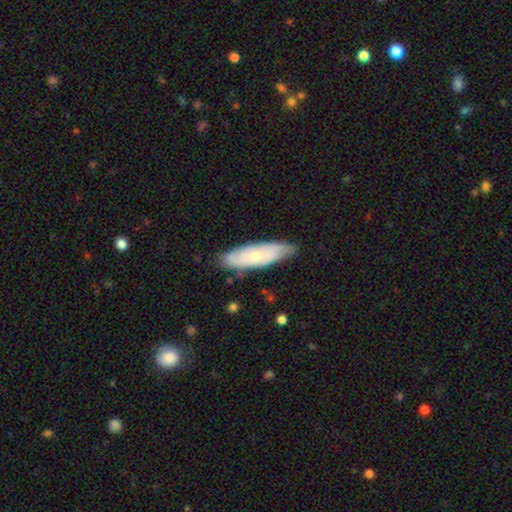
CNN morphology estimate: featured or disk 50%, smooth 43%, star or artifact 6%. Down the decision tree: edge-on disk — no (74%); merging — none (79%).